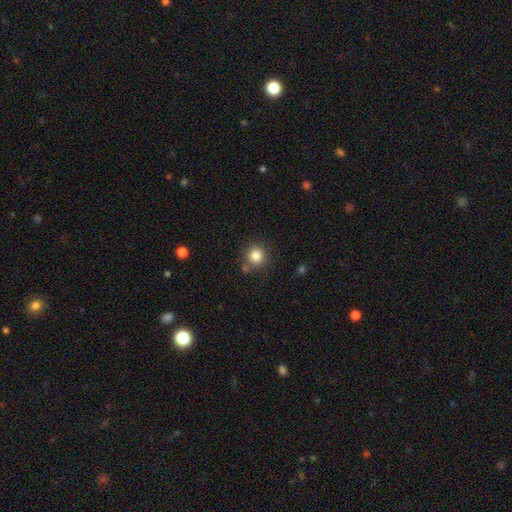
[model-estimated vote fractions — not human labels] smooth 83%, star or artifact 11%, featured or disk 6%. Down the decision tree: how rounded — round (93%); merging — none (80%).